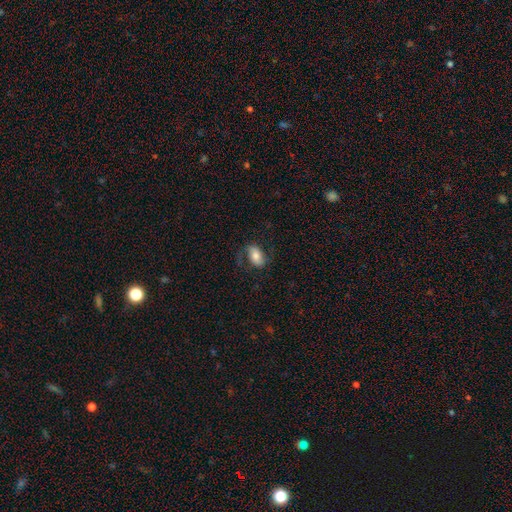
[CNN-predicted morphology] Smooth or featured? Predicted: smooth (p=0.54). How rounded? Predicted: in between (p=0.88). Merging? Predicted: none (p=0.67).